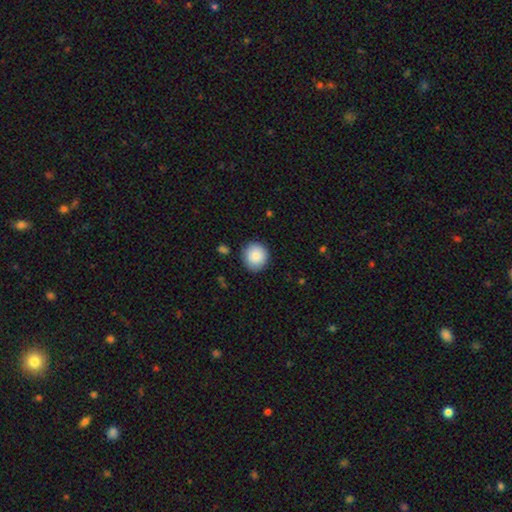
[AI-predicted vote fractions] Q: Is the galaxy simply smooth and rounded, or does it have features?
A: smooth — 87%.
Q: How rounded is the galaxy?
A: round — 90%.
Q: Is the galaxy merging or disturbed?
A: none — 89%.